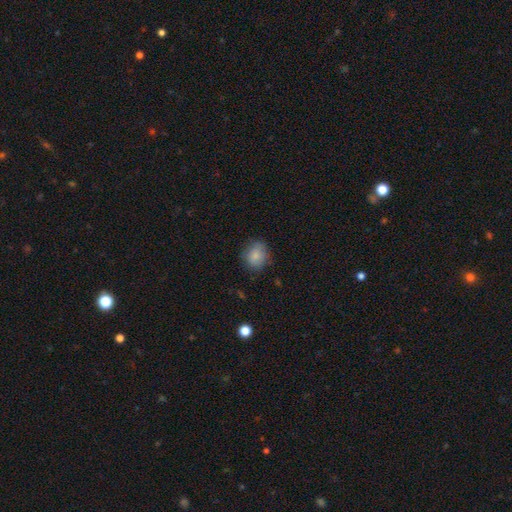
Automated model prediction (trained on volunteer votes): This is clearly a smooth galaxy (86%). How rounded: likely round (60%). Merging: likely none (79%).